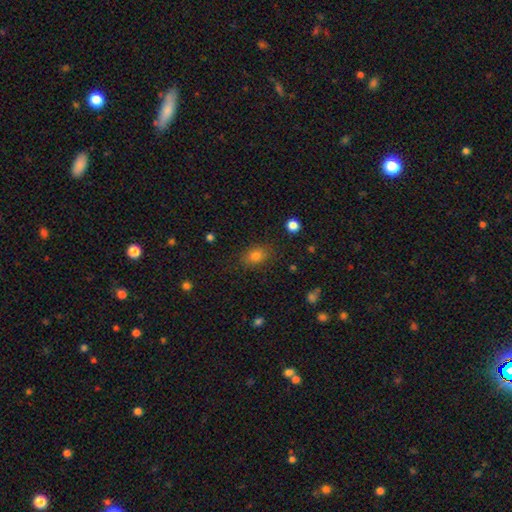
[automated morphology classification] Overall: smooth (79%). How rounded: in between (73%). Merging: none (84%).